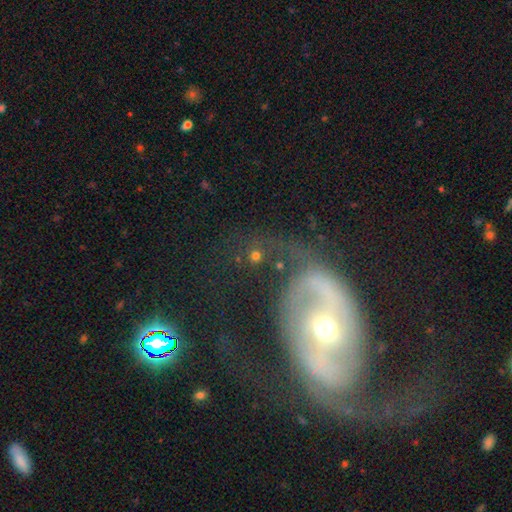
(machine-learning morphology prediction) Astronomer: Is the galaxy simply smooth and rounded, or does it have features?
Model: smooth — 62%.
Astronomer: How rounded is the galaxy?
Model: round — 91%.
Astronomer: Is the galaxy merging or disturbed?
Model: none — 72%.